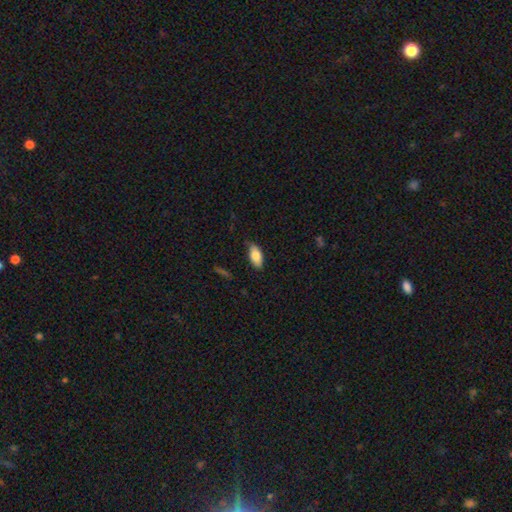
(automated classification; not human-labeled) Morphology: type=smooth (81%); roundness=in between (89%); merging=none (76%).